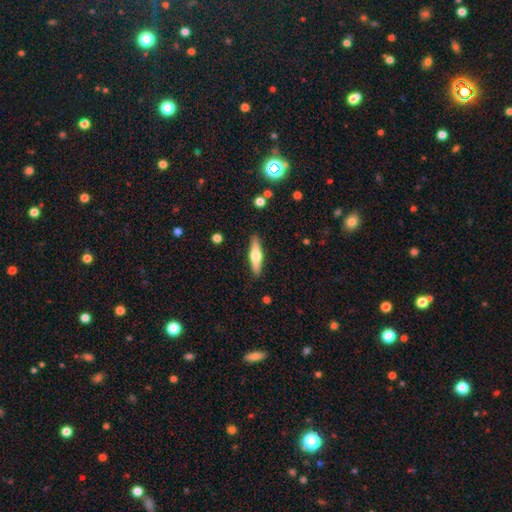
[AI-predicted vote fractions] Q: Smooth or featured?
A: featured or disk (53%); runner-up: smooth (42%)
Q: Edge-on disk?
A: yes (95%); runner-up: no (5%)
Q: Edge-on bulge?
A: rounded (93%); runner-up: boxy (4%)
Q: Merging?
A: none (89%); runner-up: minor disturbance (8%)